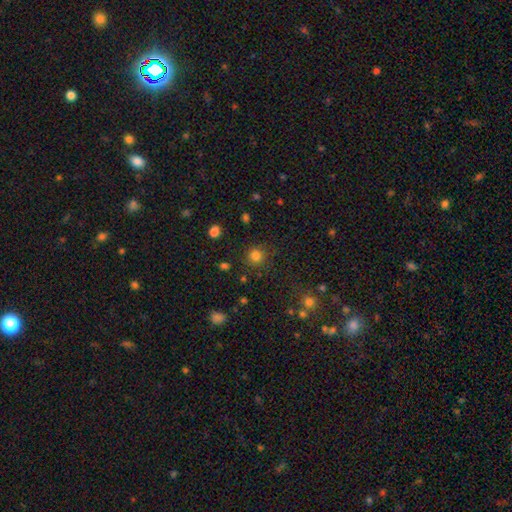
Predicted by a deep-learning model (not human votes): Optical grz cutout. It shows a smooth galaxy with no disk features (81%) that is round (92%). Merging: none (85%).